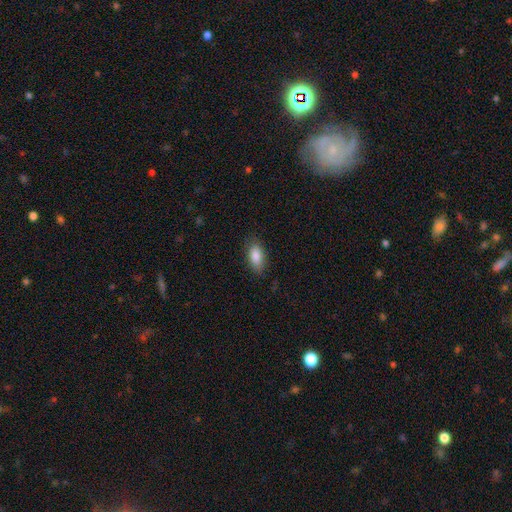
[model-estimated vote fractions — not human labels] The model was most divided on "merging": none: 83%, minor disturbance: 13%, major disturbance: 3%, merger: 1%. More confident: how rounded — in between (89%); smooth or featured — smooth (86%).